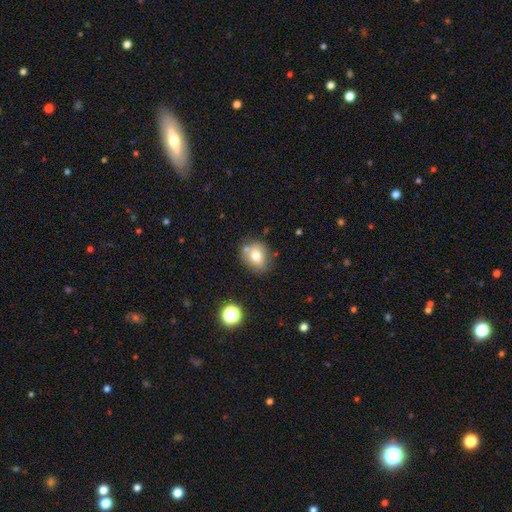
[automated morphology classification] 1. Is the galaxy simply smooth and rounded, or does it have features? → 73% smooth, 16% featured or disk, 11% star or artifact.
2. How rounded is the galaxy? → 57% round, 42% in between, 1% cigar-shaped.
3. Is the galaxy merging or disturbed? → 69% none, 17% minor disturbance, 11% merger, 4% major disturbance.